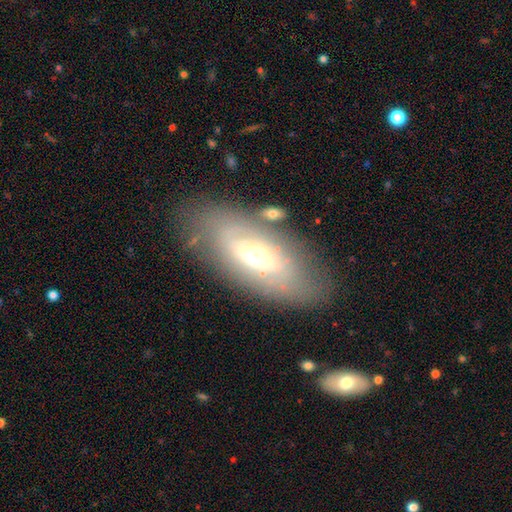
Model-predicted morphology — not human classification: This appears to be a featured or disk galaxy (58%). Merging: none (68%).